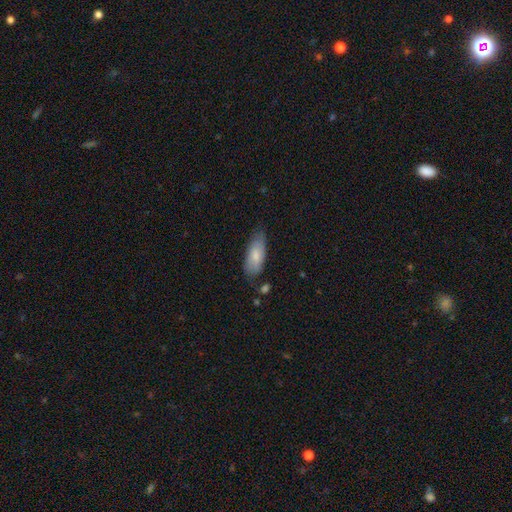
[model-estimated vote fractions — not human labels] smooth_or_featured: smooth (p=0.75) [alt: featured or disk p=0.19]
how_rounded: in between (p=0.80) [alt: cigar-shaped p=0.18]
merging: none (p=0.63) [alt: minor disturbance p=0.28]